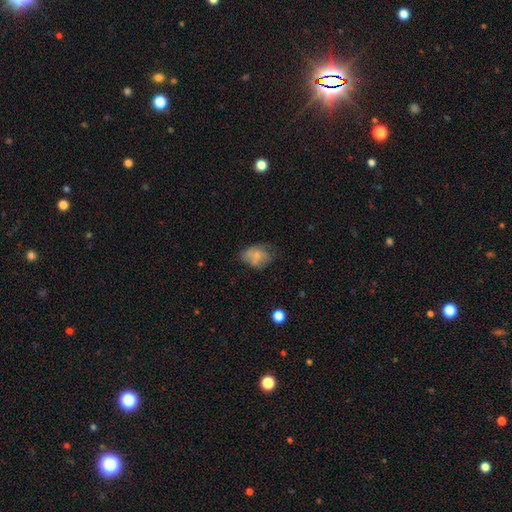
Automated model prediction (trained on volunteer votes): Overall: smooth (62%; featured or disk 29%). How rounded: in between (71%). Merging: none (45%; minor disturbance 33%).